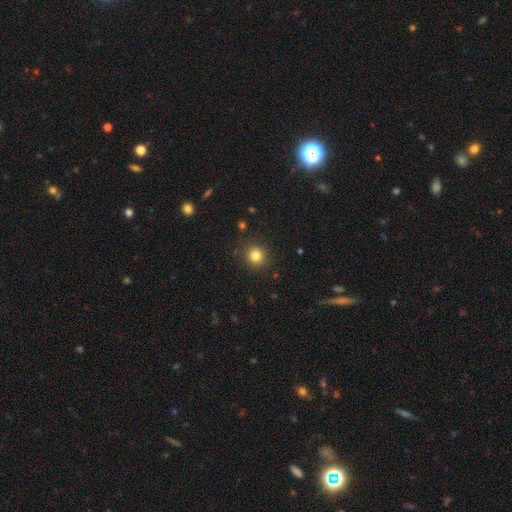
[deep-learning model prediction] smooth-or-featured: smooth: 82% | star or artifact: 12% | featured or disk: 6%
  how-rounded: round: 90% | in between: 9% | cigar-shaped: 1%
  merging: none: 90% | minor disturbance: 7% | major disturbance: 2% | merger: 1%